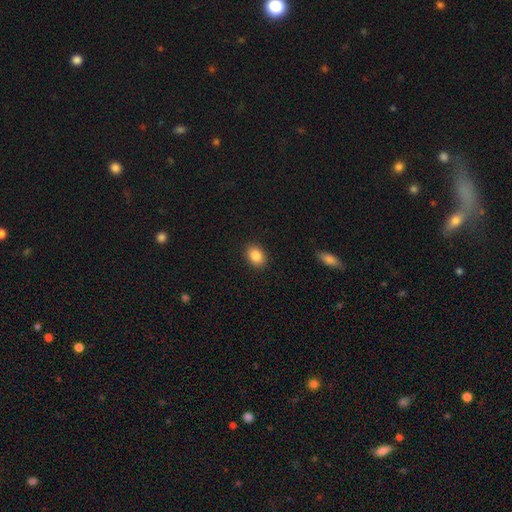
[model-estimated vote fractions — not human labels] Overall: smooth (87%). How rounded: in between (72%). Merging: none (89%).